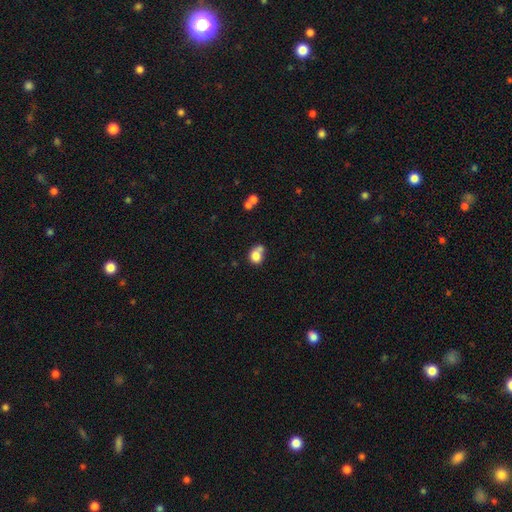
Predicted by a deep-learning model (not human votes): smooth_or_featured: smooth (p=0.79) [alt: featured or disk p=0.11]
how_rounded: round (p=0.58) [alt: in between p=0.41]
merging: merger (p=0.38) [tied with: none p=0.38]